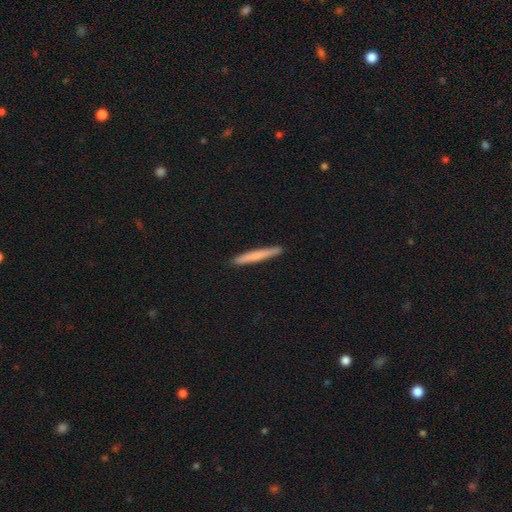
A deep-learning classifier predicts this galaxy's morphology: This appears to be a smooth galaxy with no disk features (68%) that is cigar-shaped (97%). Merging: none (92%).